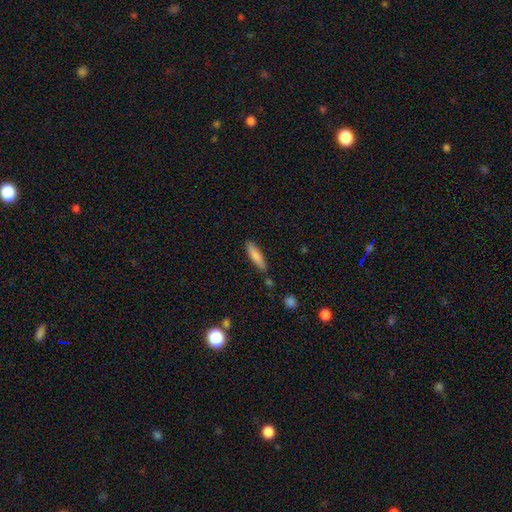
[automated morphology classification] A smooth galaxy with no disk features (78%) that is cigar-shaped (72%). Merging: none (82%).